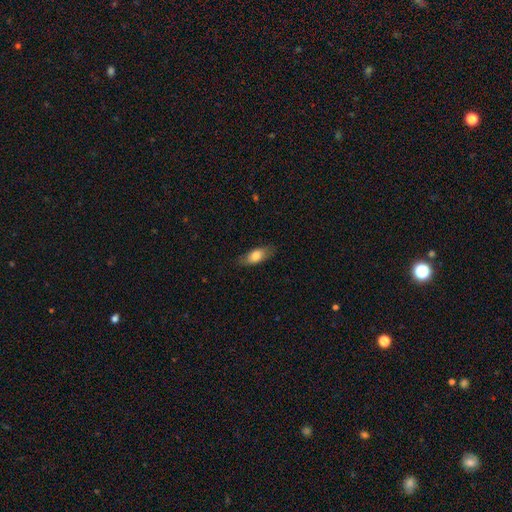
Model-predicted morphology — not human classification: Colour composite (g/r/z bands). It shows a smooth galaxy with no disk features (75%) that is in between round and cigar-shaped (80%). Merging: none (78%).